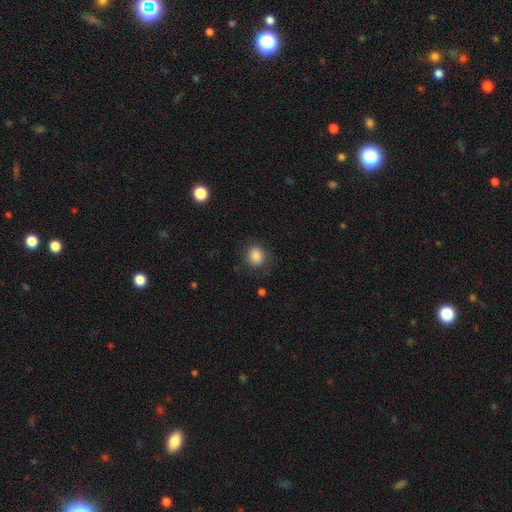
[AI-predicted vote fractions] smooth_or_featured: smooth (p=0.86) [alt: star or artifact p=0.09]
how_rounded: round (p=0.81) [alt: in between p=0.18]
merging: none (p=0.80) [alt: minor disturbance p=0.14]